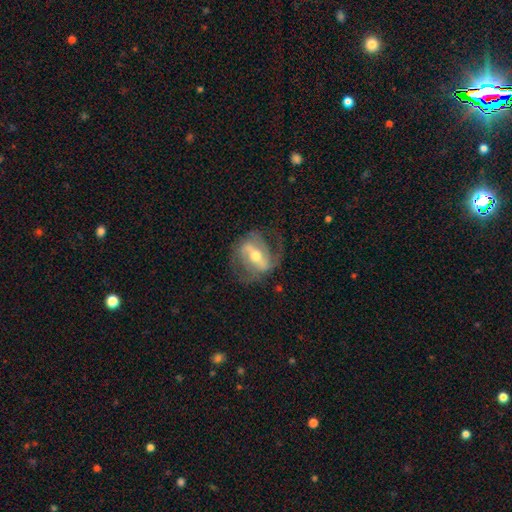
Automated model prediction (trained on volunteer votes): This appears to be a featured or disk galaxy (79%) with a strong bar (62%), 2 (78%) medium (44%) spiral arms (81%) and a moderate central bulge (67%). Merging: none (63%).